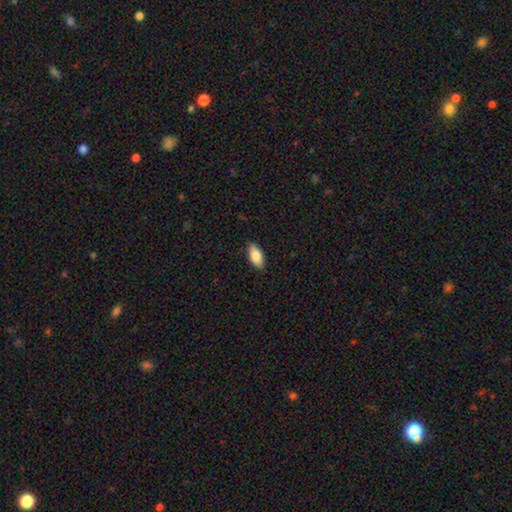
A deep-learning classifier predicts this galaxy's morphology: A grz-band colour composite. It shows a smooth galaxy with no disk features (83%) that is in between round and cigar-shaped (90%). Merging: none (85%).